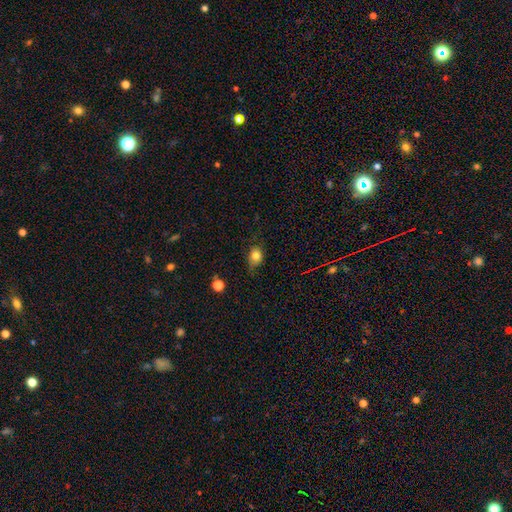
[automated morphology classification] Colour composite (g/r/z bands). It shows a smooth galaxy with no disk features (80%) that is in between round and cigar-shaped (50%). Merging: none (63%).